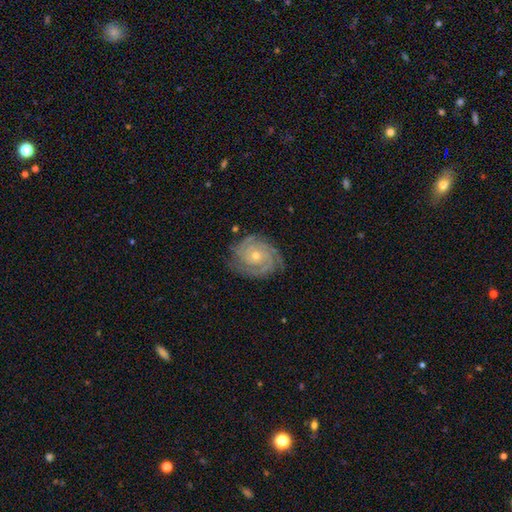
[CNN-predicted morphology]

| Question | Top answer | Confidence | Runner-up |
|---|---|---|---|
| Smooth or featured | featured or disk | 87% | smooth (7%) |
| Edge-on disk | no | 97% | yes (3%) |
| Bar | no | 78% | weak (18%) |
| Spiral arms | yes | 98% | no (2%) |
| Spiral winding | tight | 76% | medium (21%) |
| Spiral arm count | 3 | 37% | 2 (21%) |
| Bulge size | small | 62% | moderate (36%) |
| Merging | none | 80% | minor disturbance (15%) |